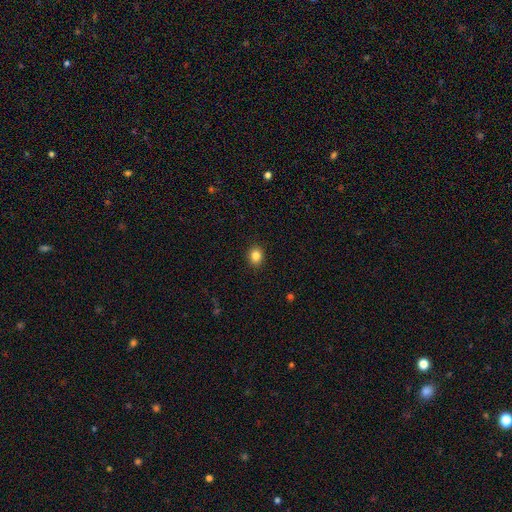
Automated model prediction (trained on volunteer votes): Overall: smooth (85%). How rounded: round (59%; in between 41%). Merging: none (91%).